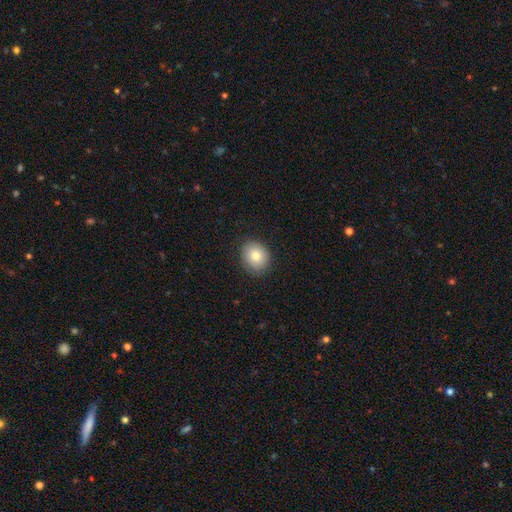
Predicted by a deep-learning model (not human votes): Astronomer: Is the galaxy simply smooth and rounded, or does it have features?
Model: smooth — 80%.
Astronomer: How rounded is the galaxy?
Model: round — 64%.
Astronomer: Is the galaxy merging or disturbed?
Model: none — 86%.